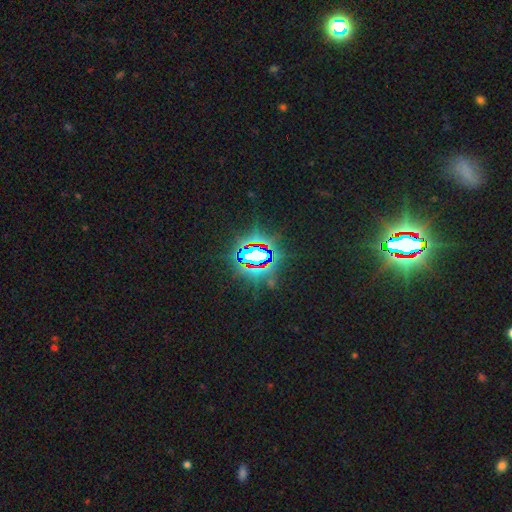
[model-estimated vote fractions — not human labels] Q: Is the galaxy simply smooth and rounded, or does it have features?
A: star or artifact — 80%.